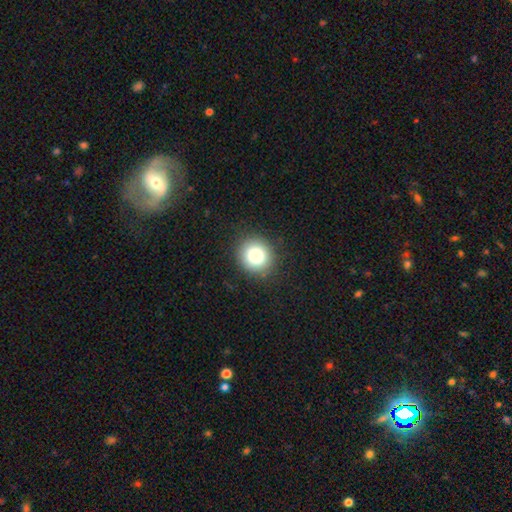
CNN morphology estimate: smooth_or_featured: smooth (p=0.83) [alt: star or artifact p=0.10]
how_rounded: round (p=0.89) [alt: in between p=0.10]
merging: none (p=0.89) [alt: minor disturbance p=0.08]